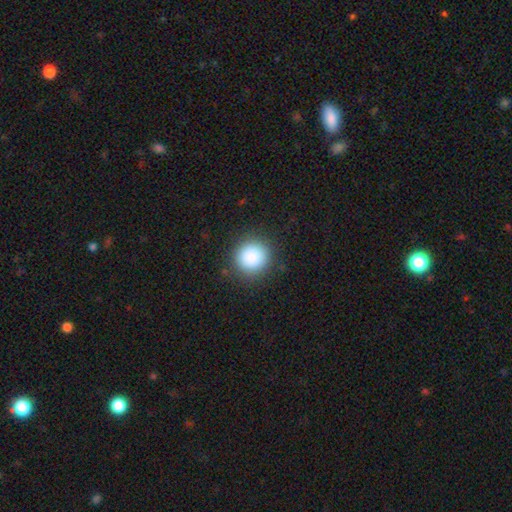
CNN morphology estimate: type=smooth (87%); roundness=round (92%); merging=none (89%).